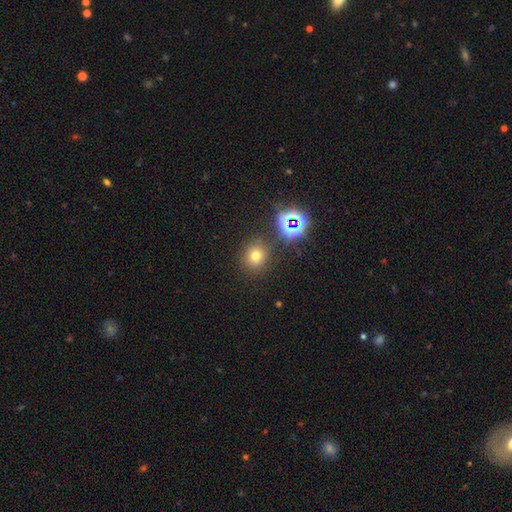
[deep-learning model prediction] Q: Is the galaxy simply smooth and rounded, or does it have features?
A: smooth — 66%.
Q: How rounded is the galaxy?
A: round — 77%.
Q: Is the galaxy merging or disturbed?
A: none — 81%.